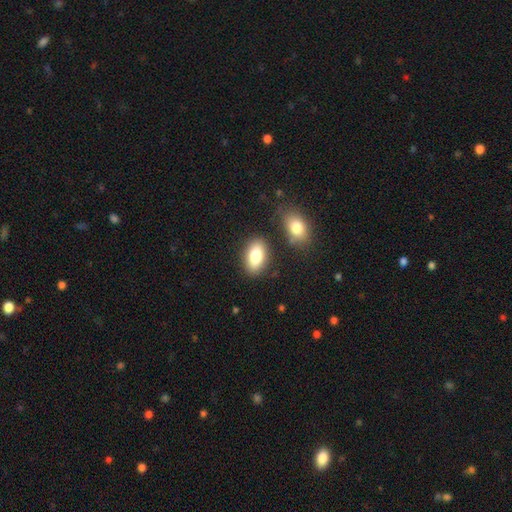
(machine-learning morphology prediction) smooth 80%, featured or disk 13%, star or artifact 7%. Down the decision tree: how rounded — in between (91%); merging — none (82%).